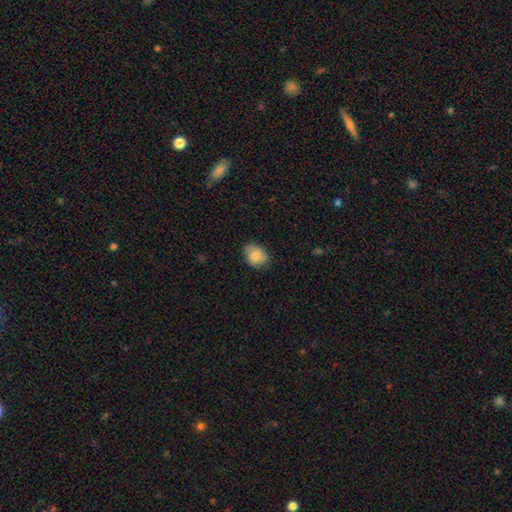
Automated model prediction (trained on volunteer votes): Smooth or featured?
  - smooth: 78% *
  - featured or disk: 14%
  - star or artifact: 7%
How rounded?
  - in between: 56% *
  - round: 43%
  - cigar-shaped: 1%
Merging?
  - none: 69% *
  - minor disturbance: 25%
  - major disturbance: 5%
  - merger: 1%